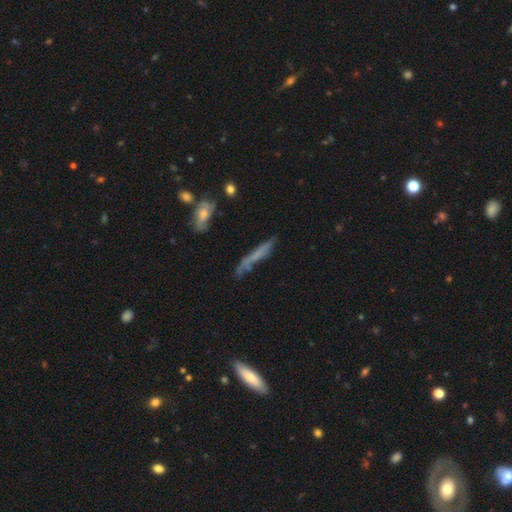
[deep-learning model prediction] This is possibly a smooth galaxy (48%). Merging: possibly none (54%).